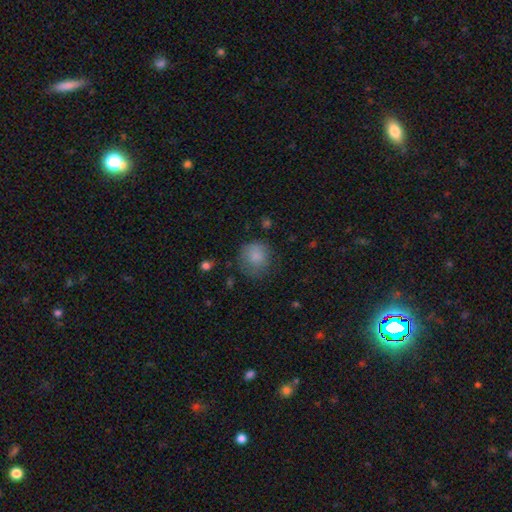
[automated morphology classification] smooth 83%, star or artifact 9%, featured or disk 8%. Down the decision tree: how rounded — round (85%); merging — none (66%).